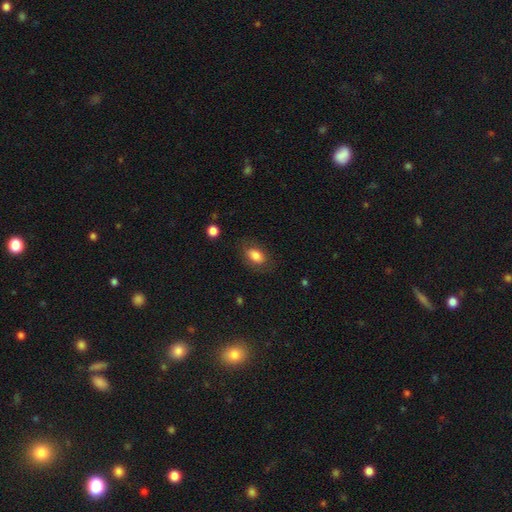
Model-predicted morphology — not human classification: The model was most divided on "merging": none: 77%, minor disturbance: 16%, major disturbance: 6%, merger: 1%. More confident: how rounded — in between (87%); smooth or featured — smooth (82%).